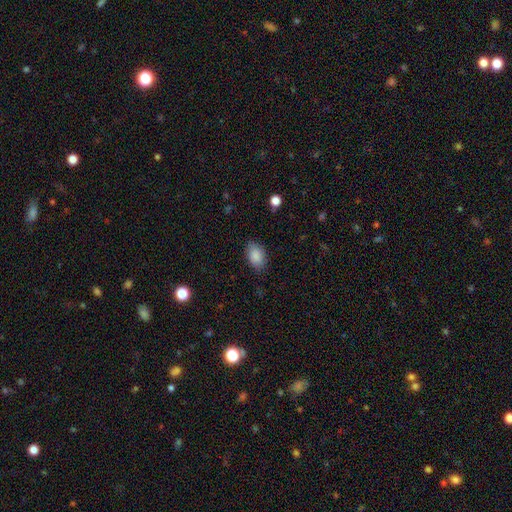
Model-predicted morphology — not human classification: type=smooth (88%); roundness=in between (89%); merging=none (82%).